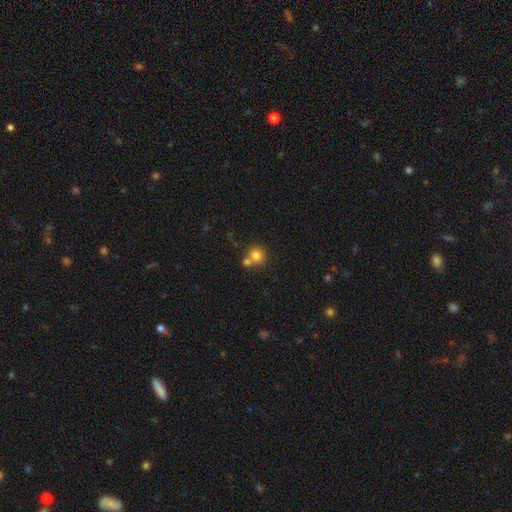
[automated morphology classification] A smooth galaxy with no disk features (79%) that is round (87%).

Vote fractions:
- Smooth or featured? smooth: 79% / star or artifact: 11% / featured or disk: 10%
- How rounded? round: 87% / in between: 12% / cigar-shaped: 1%
- Merging? none: 50% / merger: 39% / minor disturbance: 8% / major disturbance: 3%